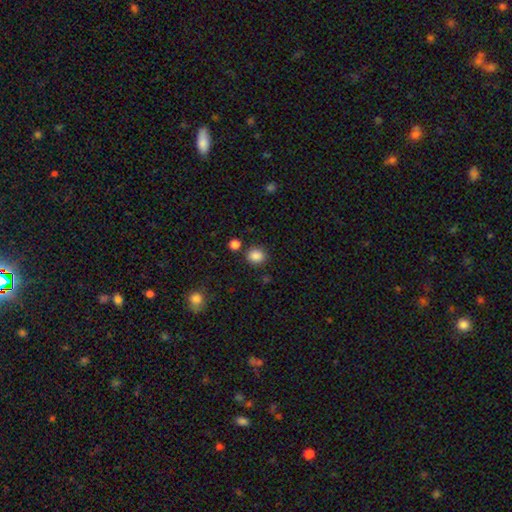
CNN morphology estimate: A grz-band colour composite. It shows a smooth galaxy with no disk features (86%) that is round (81%). Merging: none (84%).